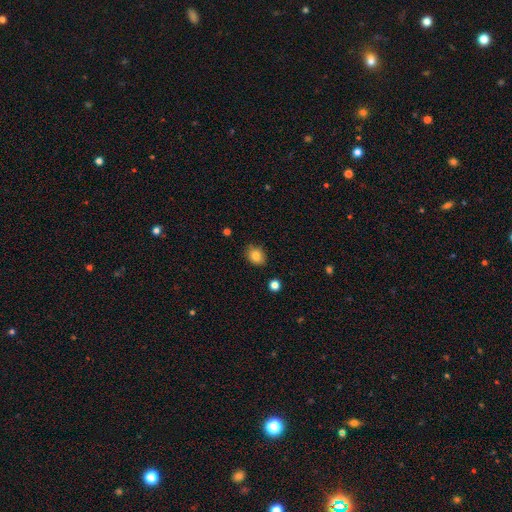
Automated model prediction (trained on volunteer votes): A smooth galaxy with no disk features (83%) that is in between round and cigar-shaped (54%).

Vote fractions:
- Smooth or featured? smooth: 83% / star or artifact: 10% / featured or disk: 7%
- How rounded? in between: 54% / round: 45% / cigar-shaped: 1%
- Merging? none: 83% / minor disturbance: 13% / major disturbance: 2% / merger: 2%